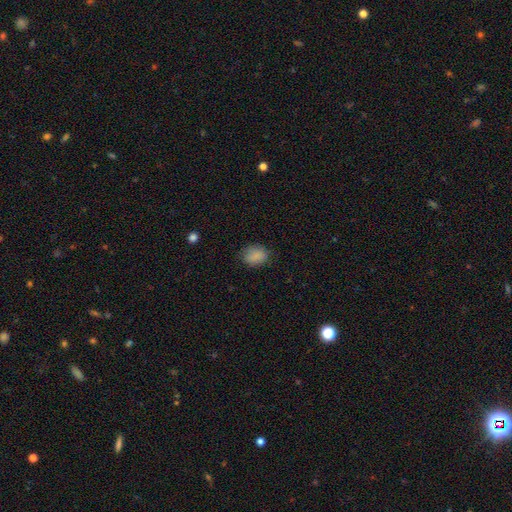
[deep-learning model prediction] Smooth or featured: smooth — 86% (star or artifact — 9%)
How rounded: in between — 61% (round — 38%)
Merging: none — 77% (minor disturbance — 17%)